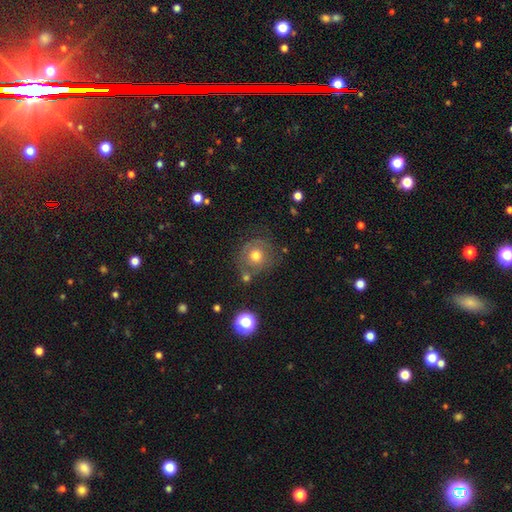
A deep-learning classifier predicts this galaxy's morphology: Smooth or featured? smooth (50%)
How rounded? round (87%)
Merging? none (61%)